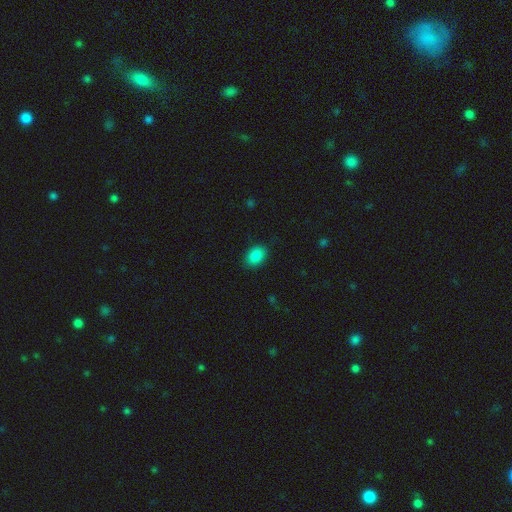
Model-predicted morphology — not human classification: smooth_or_featured: smooth (p=0.87) [alt: star or artifact p=0.09]
how_rounded: in between (p=0.81) [alt: round p=0.18]
merging: none (p=0.87) [alt: minor disturbance p=0.10]